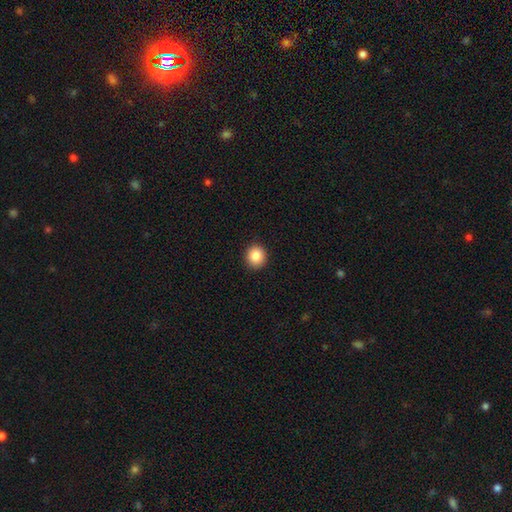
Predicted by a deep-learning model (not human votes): smooth-or-featured: smooth: 87% | star or artifact: 9% | featured or disk: 4%
  how-rounded: round: 88% | in between: 11% | cigar-shaped: 1%
  merging: none: 92% | minor disturbance: 5% | major disturbance: 2% | merger: 1%